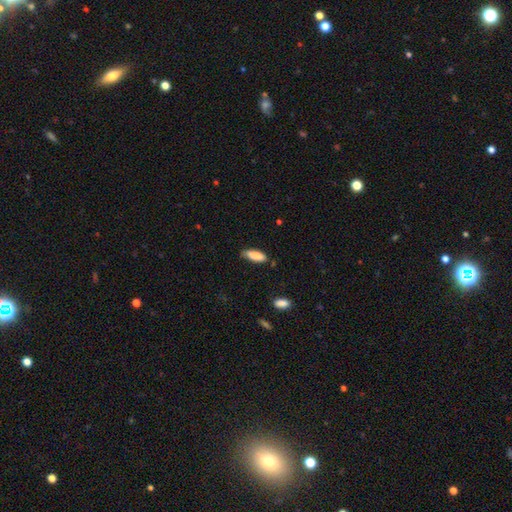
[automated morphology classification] This is clearly a smooth galaxy (87%). How rounded: likely in between (65%). Merging: likely none (76%).